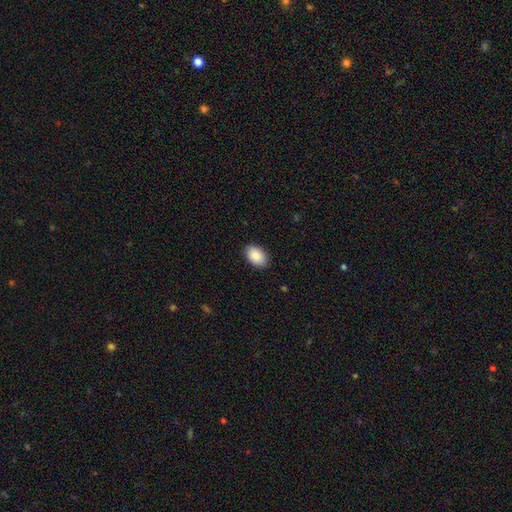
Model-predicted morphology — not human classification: smooth_or_featured: smooth (p=0.88) [alt: star or artifact p=0.06]
how_rounded: in between (p=0.91) [alt: round p=0.08]
merging: none (p=0.88) [alt: minor disturbance p=0.09]